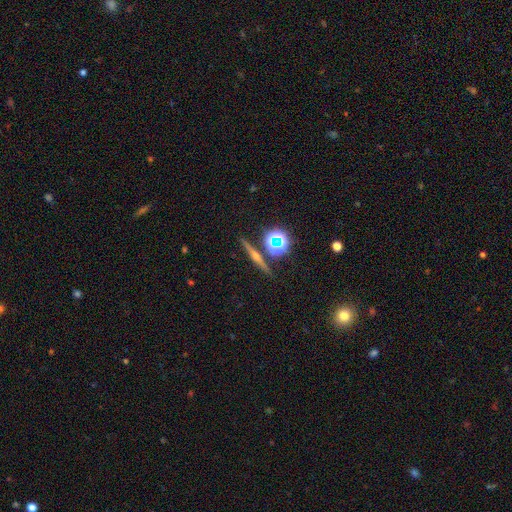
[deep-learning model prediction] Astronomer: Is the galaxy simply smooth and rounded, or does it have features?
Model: featured or disk — 62%.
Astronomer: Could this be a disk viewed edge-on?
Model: yes — 95%.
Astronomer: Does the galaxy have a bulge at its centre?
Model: rounded — 87%.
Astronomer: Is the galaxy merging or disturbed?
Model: none — 88%.